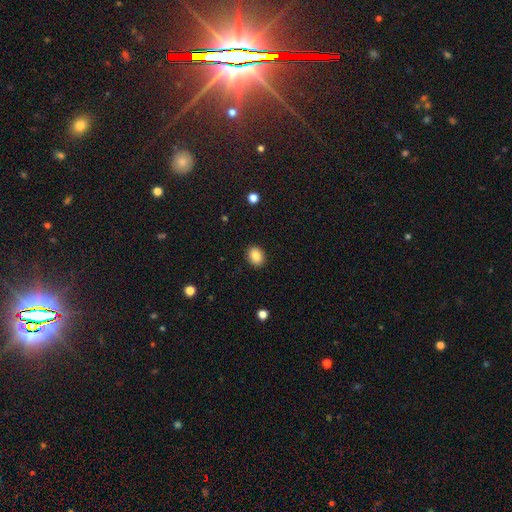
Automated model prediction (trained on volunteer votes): smooth_or_featured: smooth (p=0.87) [alt: star or artifact p=0.09]
how_rounded: in between (p=0.53) [alt: round p=0.46]
merging: none (p=0.90) [alt: minor disturbance p=0.07]